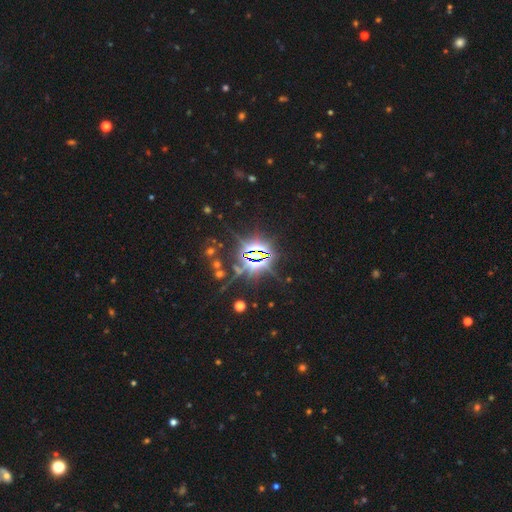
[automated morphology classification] star or artifact 82%, featured or disk 9%, smooth 9%.